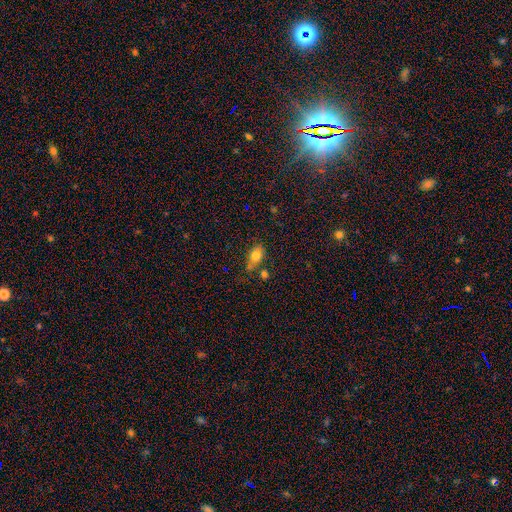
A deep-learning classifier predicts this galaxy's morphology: smooth-or-featured: smooth: 80% | featured or disk: 10% | star or artifact: 10%
  how-rounded: in between: 80% | round: 18% | cigar-shaped: 2%
  merging: none: 59% | minor disturbance: 20% | merger: 14% | major disturbance: 6%